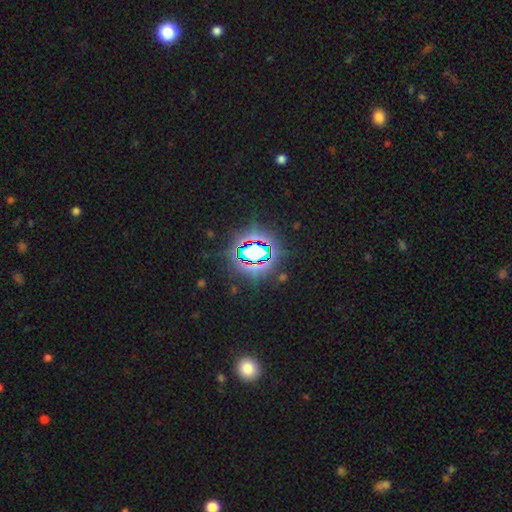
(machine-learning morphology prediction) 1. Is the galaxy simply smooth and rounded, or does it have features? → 79% star or artifact, 12% smooth, 9% featured or disk.